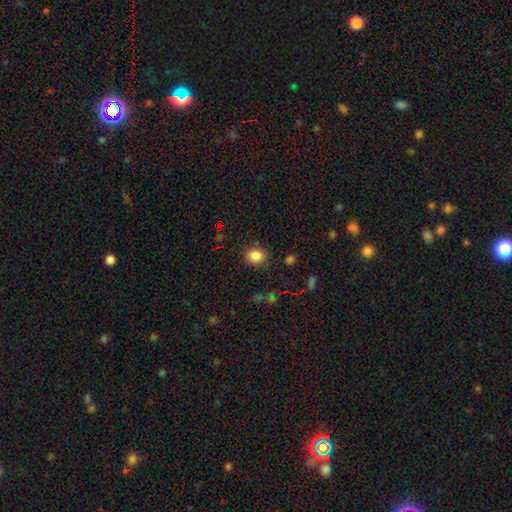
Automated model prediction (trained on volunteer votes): Smooth or featured?
  - smooth: 84% *
  - star or artifact: 12%
  - featured or disk: 4%
How rounded?
  - round: 70% *
  - in between: 29%
  - cigar-shaped: 1%
Merging?
  - none: 84% *
  - minor disturbance: 11%
  - major disturbance: 3%
  - merger: 2%